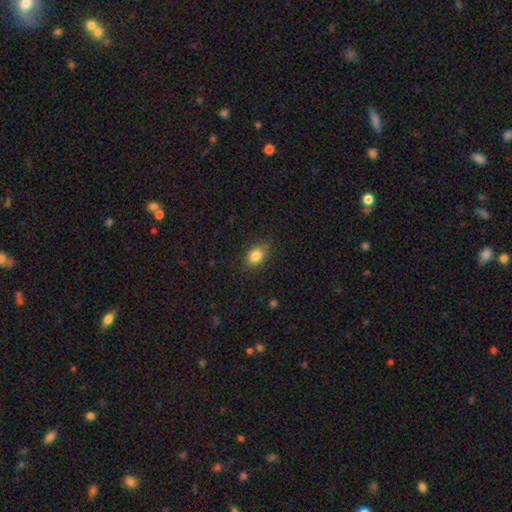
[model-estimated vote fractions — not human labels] This appears to be a smooth galaxy with no disk features (85%) that is in between round and cigar-shaped (72%). Merging: none (80%).